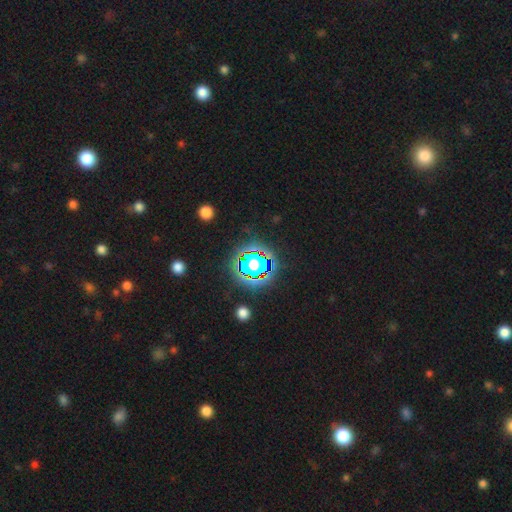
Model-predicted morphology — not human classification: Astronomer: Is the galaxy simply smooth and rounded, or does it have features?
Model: star or artifact — 76%.